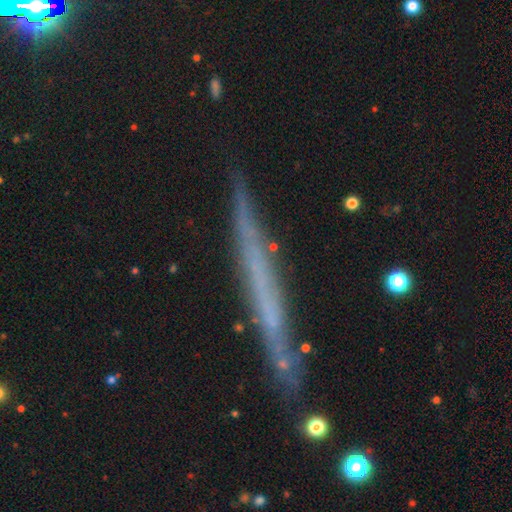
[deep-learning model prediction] A featured or disk galaxy (56%) viewed edge-on (94%) with no central bulge (89%).

Vote fractions:
- Smooth or featured? featured or disk: 56% / smooth: 35% / star or artifact: 9%
- Edge-on disk? yes: 94% / no: 6%
- Edge-on bulge? none: 89% / rounded: 7% / boxy: 4%
- Merging? none: 86% / minor disturbance: 10% / merger: 2% / major disturbance: 2%